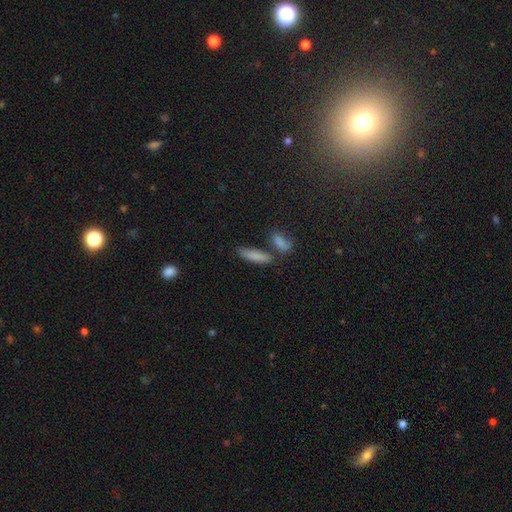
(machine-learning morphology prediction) Smooth or featured? smooth (81%)
How rounded? cigar-shaped (63%)
Merging? none (66%)